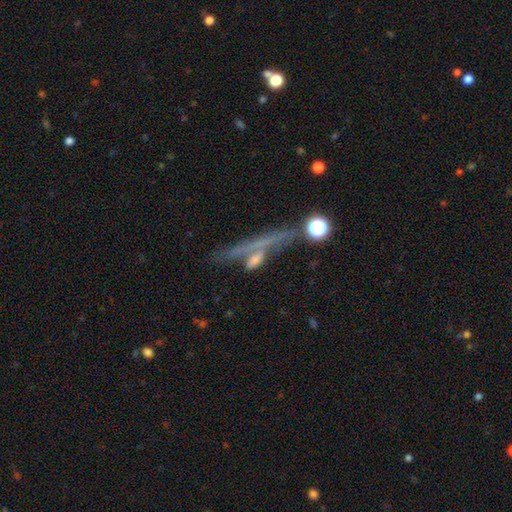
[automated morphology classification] The model was most divided on "smooth or featured": featured or disk: 43%, smooth: 39%, star or artifact: 18%. Remaining: merging — none (43%).